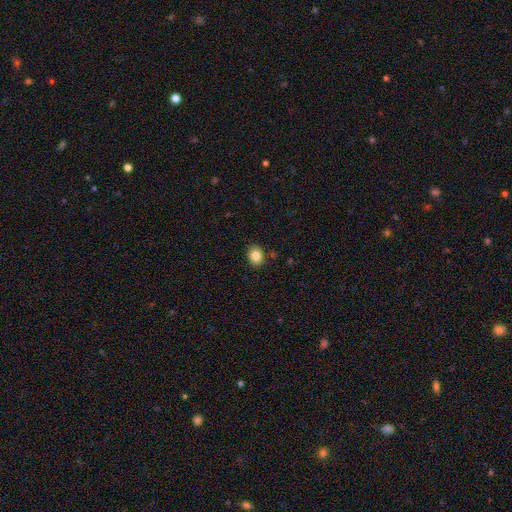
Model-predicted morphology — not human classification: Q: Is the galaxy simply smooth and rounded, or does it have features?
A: smooth — 83%.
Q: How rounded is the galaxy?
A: in between — 59%.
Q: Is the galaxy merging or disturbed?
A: none — 88%.